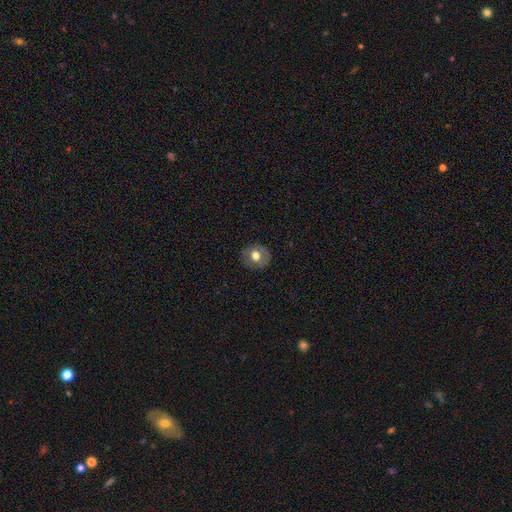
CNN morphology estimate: type=smooth (65%); roundness=round (84%); merging=none (87%).